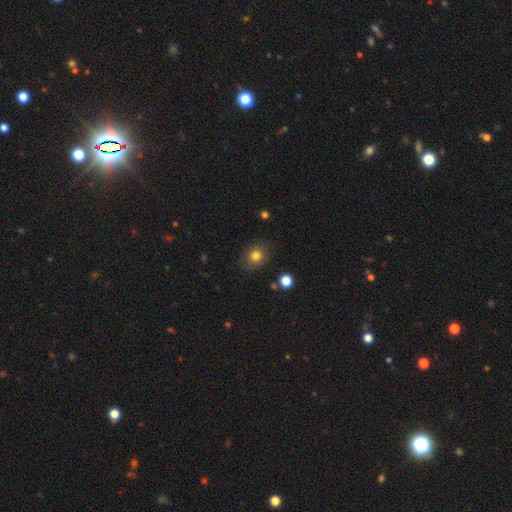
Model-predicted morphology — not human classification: Smooth or featured?
  - smooth: 79% *
  - star or artifact: 12%
  - featured or disk: 10%
How rounded?
  - round: 60% *
  - in between: 39%
  - cigar-shaped: 1%
Merging?
  - none: 83% *
  - minor disturbance: 12%
  - major disturbance: 3%
  - merger: 2%